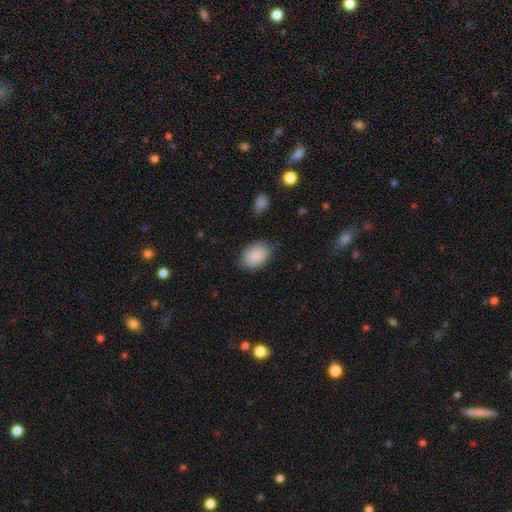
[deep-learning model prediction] smooth 88%, star or artifact 7%, featured or disk 6%. Down the decision tree: how rounded — in between (84%); merging — none (80%).